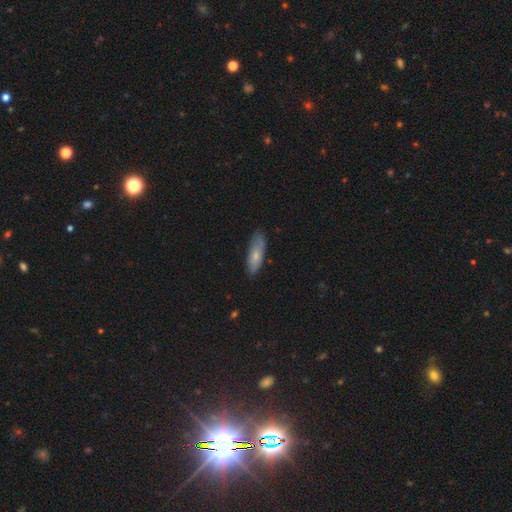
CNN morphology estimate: Smooth or featured? smooth (71%)
How rounded? in between (58%)
Merging? none (72%)